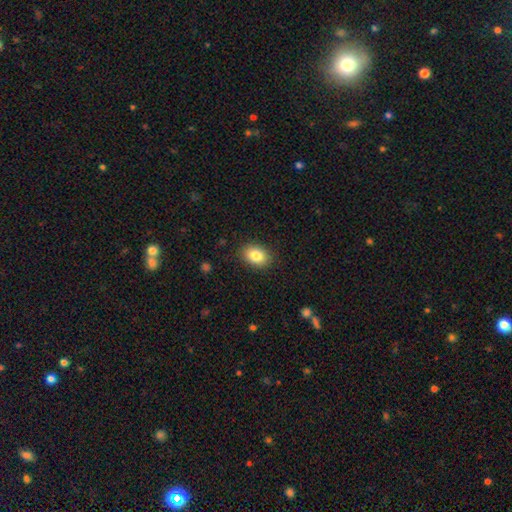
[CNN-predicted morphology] A smooth galaxy with no disk features (84%) that is in between round and cigar-shaped (74%).

Vote fractions:
- Smooth or featured? smooth: 84% / star or artifact: 8% / featured or disk: 8%
- How rounded? in between: 74% / round: 25% / cigar-shaped: 1%
- Merging? none: 88% / minor disturbance: 9% / major disturbance: 2% / merger: 1%